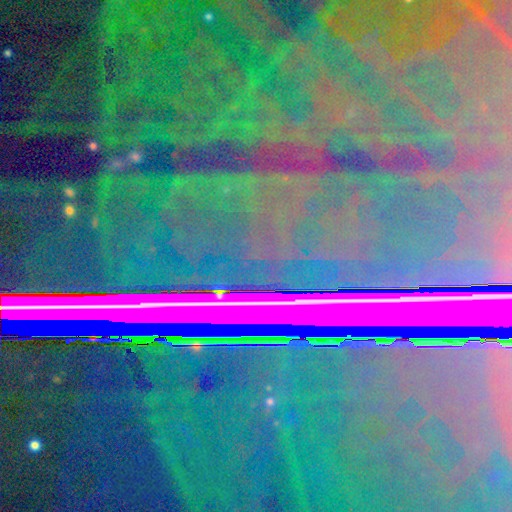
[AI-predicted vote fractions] Smooth or featured?
  - star or artifact: 86% *
  - featured or disk: 8%
  - smooth: 5%